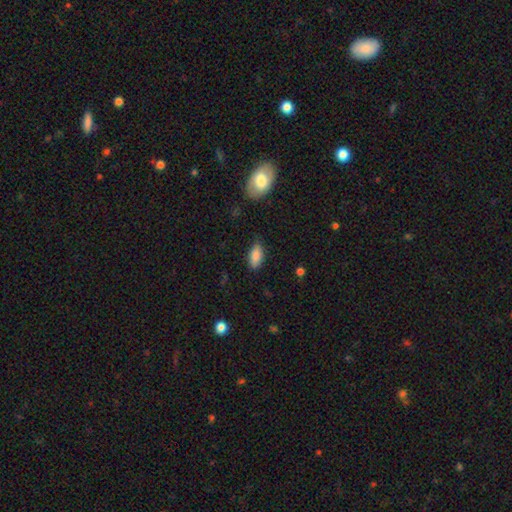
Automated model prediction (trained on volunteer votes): Overall: smooth (84%). How rounded: in between (87%). Merging: none (78%).